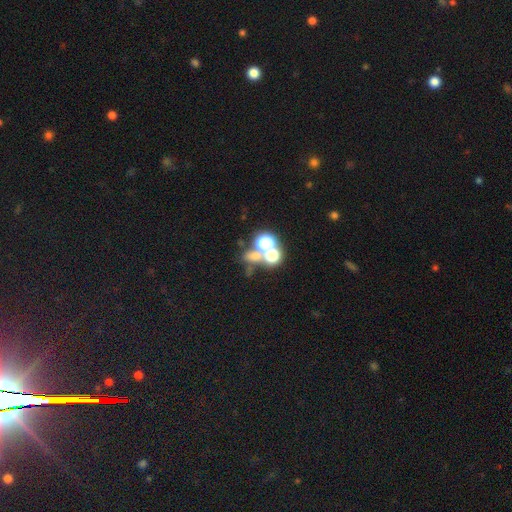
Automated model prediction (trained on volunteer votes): Q: Smooth or featured?
A: smooth (47%); runner-up: star or artifact (37%)
Q: Merging?
A: merger (41%); tied with: none (41%)